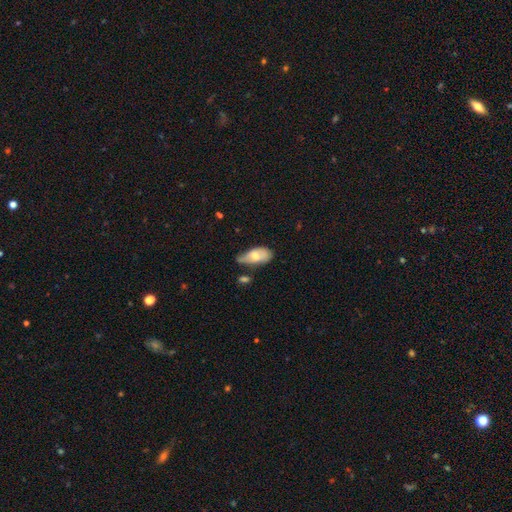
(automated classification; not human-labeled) smooth-or-featured: smooth: 66% | featured or disk: 28% | star or artifact: 7%
  how-rounded: in between: 91% | cigar-shaped: 5% | round: 3%
  merging: minor disturbance: 44% | none: 32% | major disturbance: 15% | merger: 8%